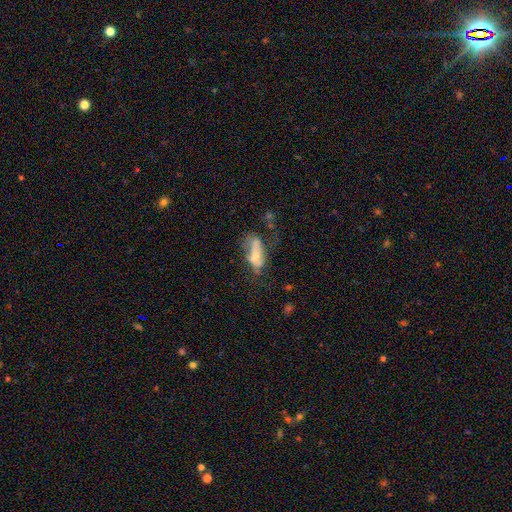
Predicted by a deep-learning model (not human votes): Morphology: type=featured or disk (45%); merging=major disturbance (32%, tied with none).